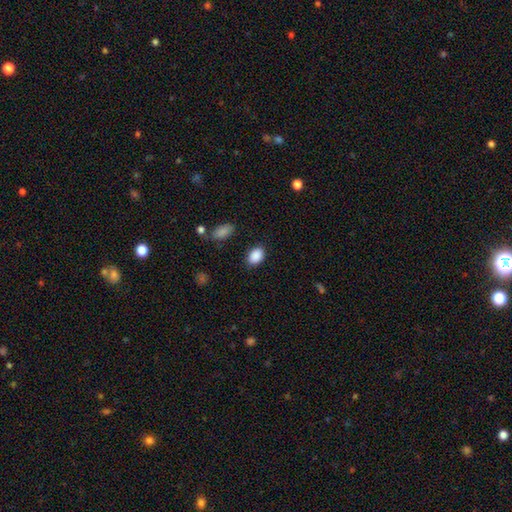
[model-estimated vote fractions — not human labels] Smooth or featured?
  - smooth: 89% *
  - star or artifact: 8%
  - featured or disk: 3%
How rounded?
  - in between: 83% *
  - round: 16%
  - cigar-shaped: 1%
Merging?
  - none: 85% *
  - minor disturbance: 10%
  - major disturbance: 3%
  - merger: 2%